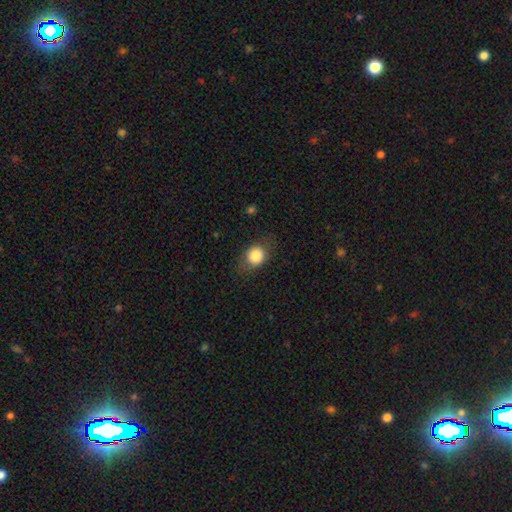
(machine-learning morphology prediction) The model was most divided on "how rounded": round: 55%, in between: 43%, cigar-shaped: 2%. More confident: smooth or featured — smooth (80%); merging — none (74%).